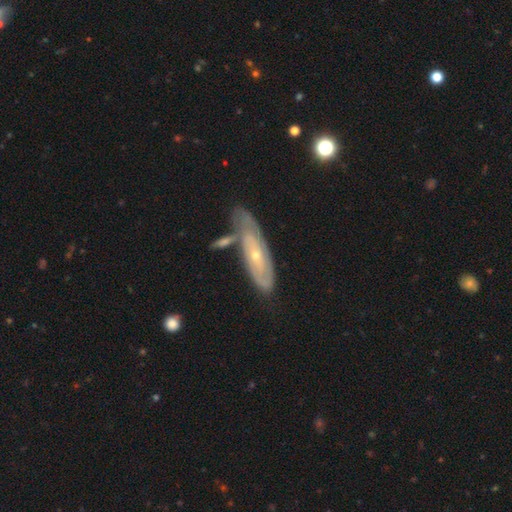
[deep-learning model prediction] Smooth or featured?
  - featured or disk: 71% *
  - smooth: 23%
  - star or artifact: 6%
Edge-on disk?
  - no: 81% *
  - yes: 19%
Bar?
  - no: 77% *
  - weak: 18%
  - strong: 5%
Spiral arms?
  - yes: 72% *
  - no: 28%
Bulge size?
  - small: 68% *
  - moderate: 29%
  - large: 1%
  - none: 1%
  - dominant: 1%
Merging?
  - none: 52% *
  - minor disturbance: 22%
  - merger: 18%
  - major disturbance: 8%